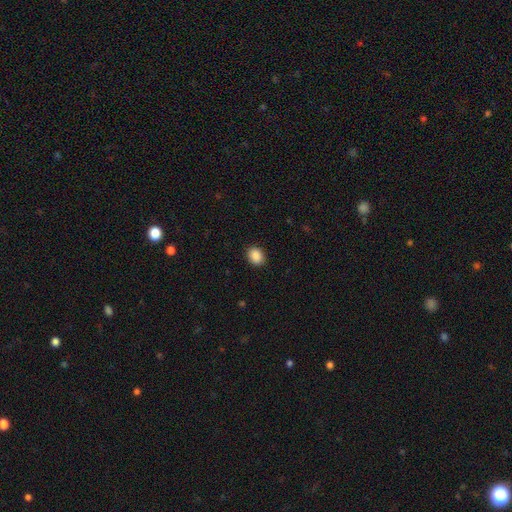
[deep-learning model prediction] Morphology: type=smooth (89%); roundness=in between (53%); merging=none (90%).